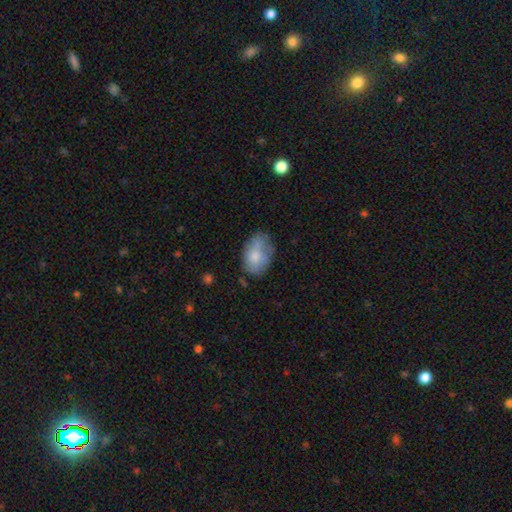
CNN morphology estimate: Smooth or featured? Predicted: smooth (p=0.72). How rounded? Predicted: in between (p=0.83). Merging? Predicted: none (p=0.54).